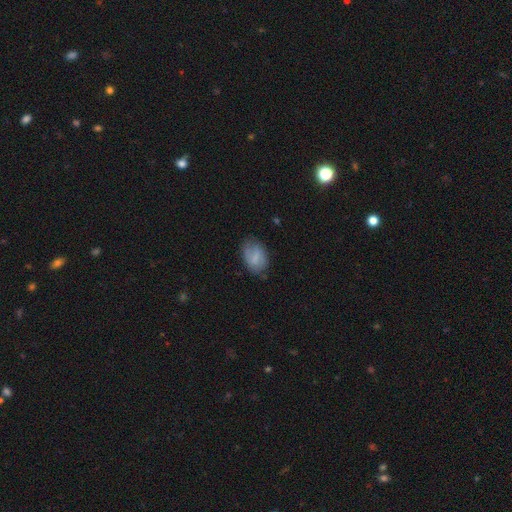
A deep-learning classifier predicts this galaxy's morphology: Smooth or featured: smooth — 73% (featured or disk — 19%)
How rounded: in between — 84% (round — 15%)
Merging: none — 66% (minor disturbance — 26%)